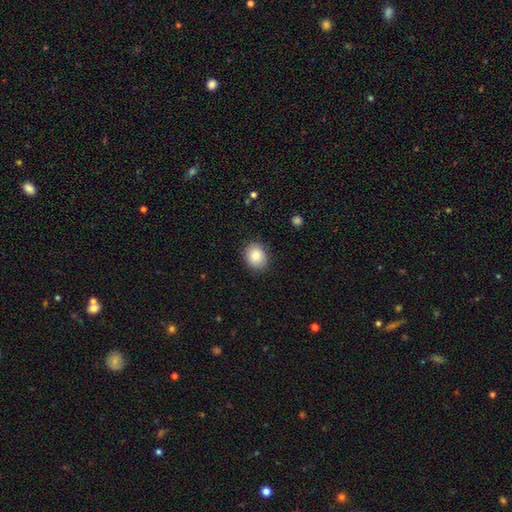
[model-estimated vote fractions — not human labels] A smooth galaxy with no disk features (81%) that is round (59%).

Vote fractions:
- Smooth or featured? smooth: 81% / featured or disk: 10% / star or artifact: 9%
- How rounded? round: 59% / in between: 40% / cigar-shaped: 1%
- Merging? none: 88% / minor disturbance: 9% / major disturbance: 2% / merger: 1%